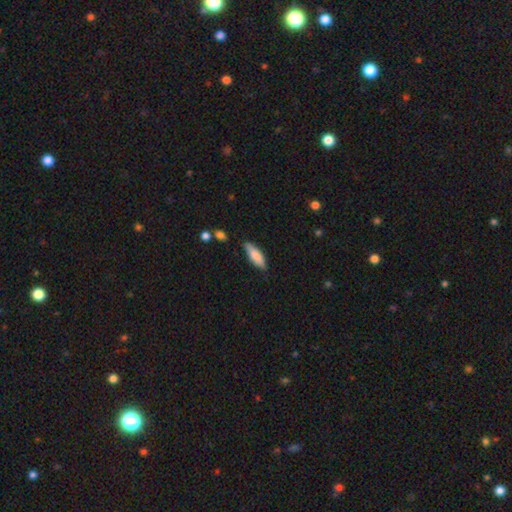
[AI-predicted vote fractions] Smooth or featured: smooth — 82% (featured or disk — 12%)
How rounded: in between — 54% (cigar-shaped — 44%)
Merging: none — 77% (minor disturbance — 18%)